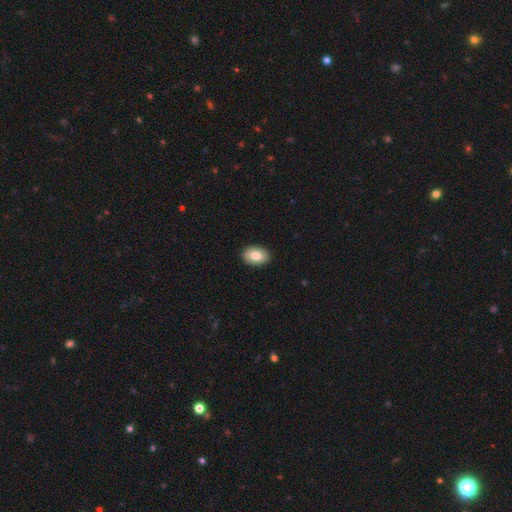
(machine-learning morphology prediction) smooth 80%, featured or disk 14%, star or artifact 6%. Down the decision tree: how rounded — in between (86%); merging — none (90%).